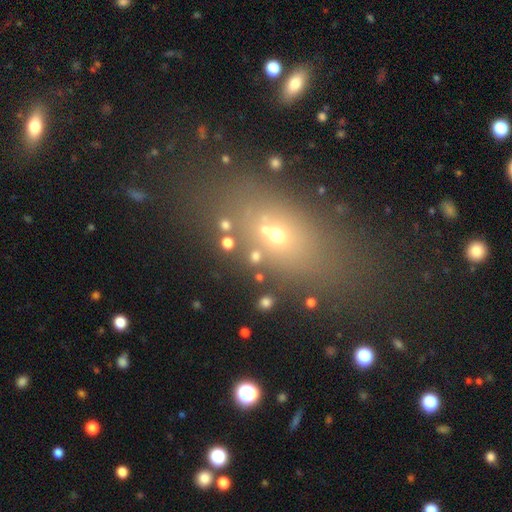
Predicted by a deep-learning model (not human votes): Morphology: type=smooth (59%); roundness=round (56%); merging=none (68%).